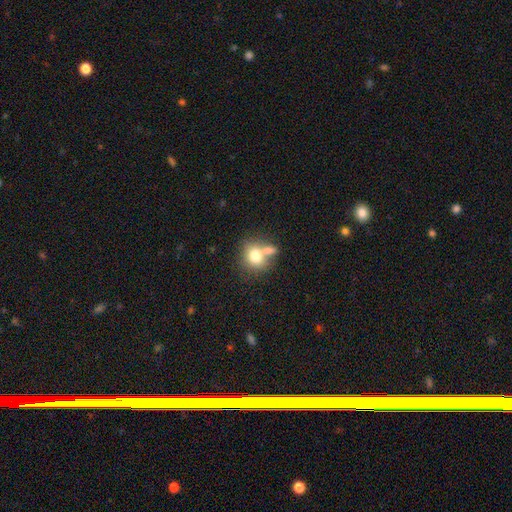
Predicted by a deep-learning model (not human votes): Smooth or featured? smooth (76%)
How rounded? round (65%)
Merging? merger (43%)